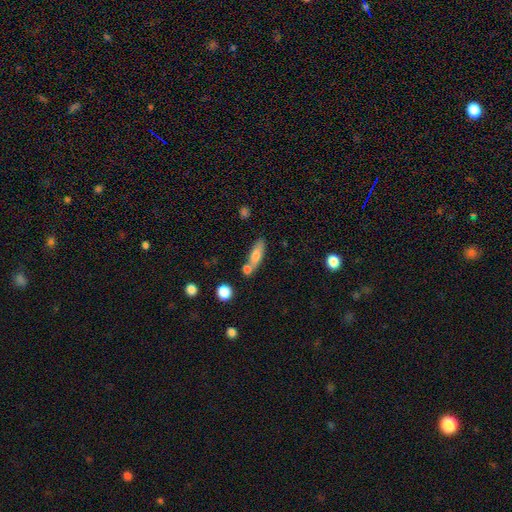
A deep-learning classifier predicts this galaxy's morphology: Q: Smooth or featured?
A: smooth (71%); runner-up: featured or disk (21%)
Q: How rounded?
A: cigar-shaped (50%); runner-up: in between (46%)
Q: Merging?
A: none (58%); runner-up: merger (24%)